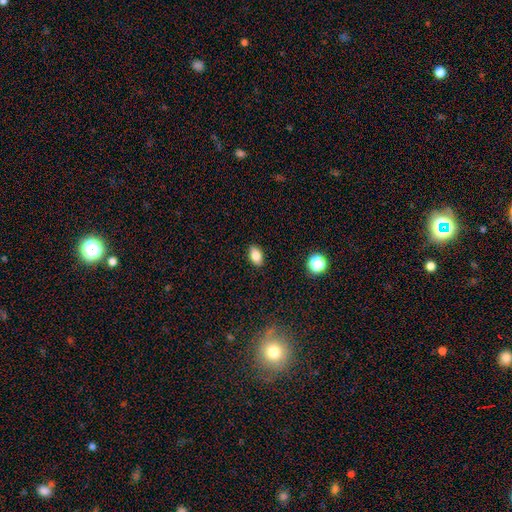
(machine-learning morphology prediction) type=smooth (82%); roundness=in between (88%); merging=none (88%).